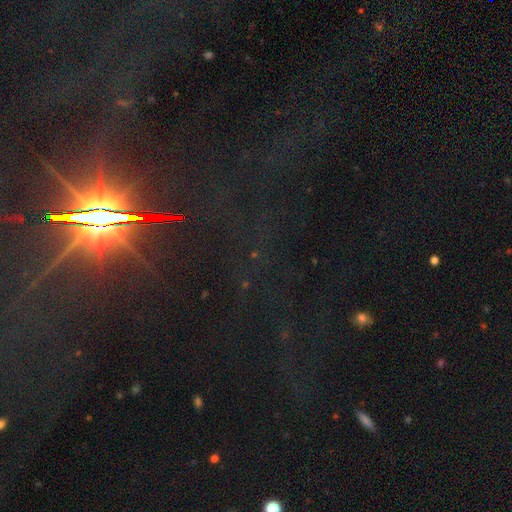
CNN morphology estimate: Q: Smooth or featured?
A: star or artifact (76%); runner-up: featured or disk (17%)